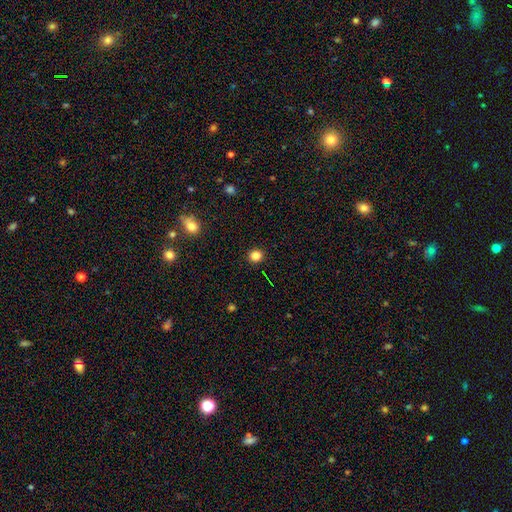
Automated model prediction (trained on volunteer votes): Q: Smooth or featured?
A: smooth (84%); runner-up: star or artifact (13%)
Q: How rounded?
A: round (88%); runner-up: in between (11%)
Q: Merging?
A: none (92%); runner-up: minor disturbance (5%)